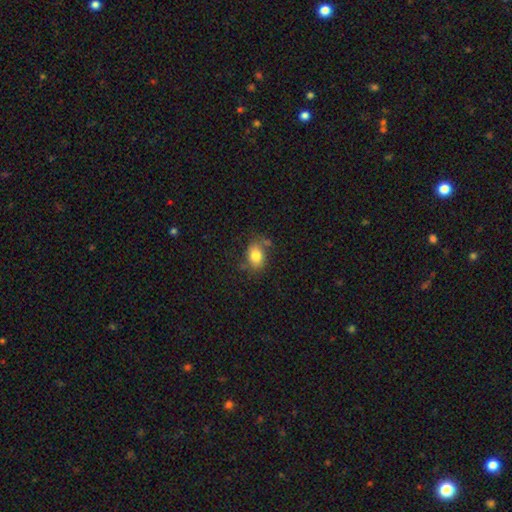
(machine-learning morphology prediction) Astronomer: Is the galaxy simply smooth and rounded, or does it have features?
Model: smooth — 80%.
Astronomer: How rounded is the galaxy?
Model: in between — 74%.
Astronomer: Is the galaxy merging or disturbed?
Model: none — 67%.